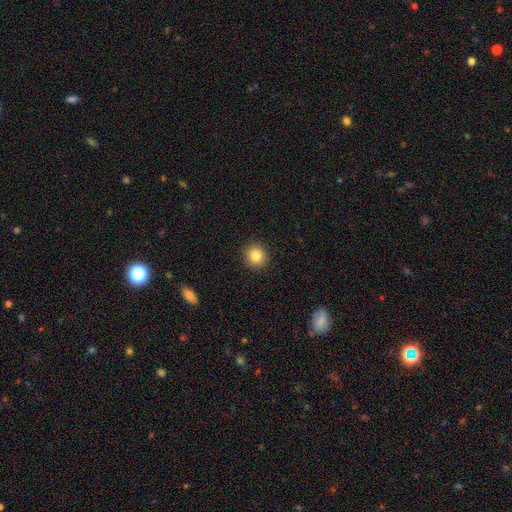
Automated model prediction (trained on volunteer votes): Q: Smooth or featured?
A: smooth (84%); runner-up: star or artifact (10%)
Q: How rounded?
A: round (90%); runner-up: in between (9%)
Q: Merging?
A: none (92%); runner-up: minor disturbance (5%)